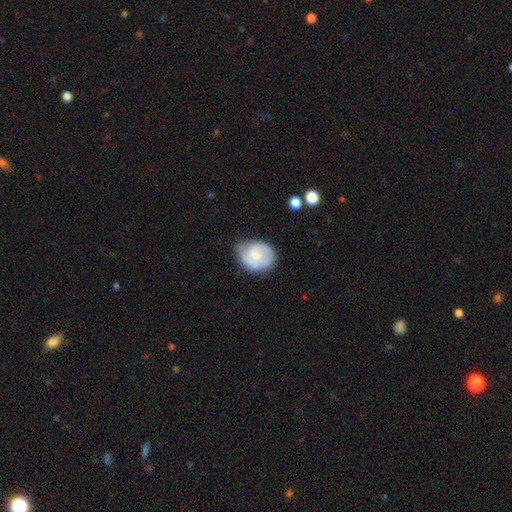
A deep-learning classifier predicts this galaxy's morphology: Smooth or featured: featured or disk — 53% (smooth — 41%)
Edge-on disk: no — 98% (yes — 2%)
Bar: no — 67% (weak — 29%)
Spiral arms: yes — 80% (no — 20%)
Bulge size: small — 48% (moderate — 36%)
Merging: none — 51% (minor disturbance — 35%)